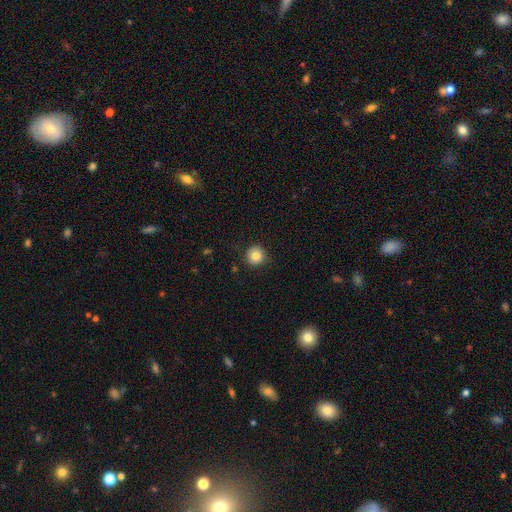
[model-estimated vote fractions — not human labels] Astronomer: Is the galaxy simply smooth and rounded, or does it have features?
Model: smooth — 83%.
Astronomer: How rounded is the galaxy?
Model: round — 94%.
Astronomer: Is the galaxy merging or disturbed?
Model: none — 88%.